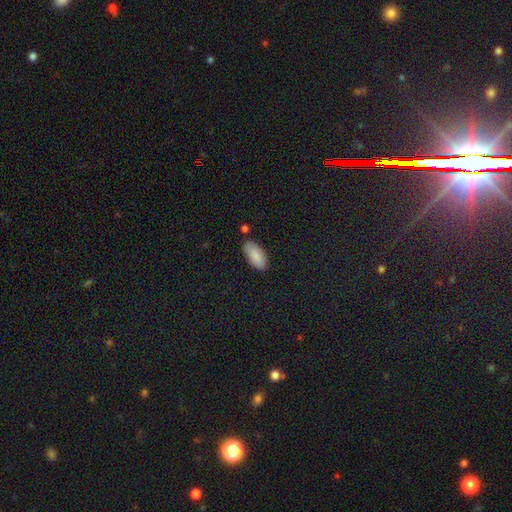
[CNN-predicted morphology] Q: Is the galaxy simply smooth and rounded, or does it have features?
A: smooth — 87%.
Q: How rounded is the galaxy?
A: in between — 92%.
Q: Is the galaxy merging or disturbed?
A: none — 79%.